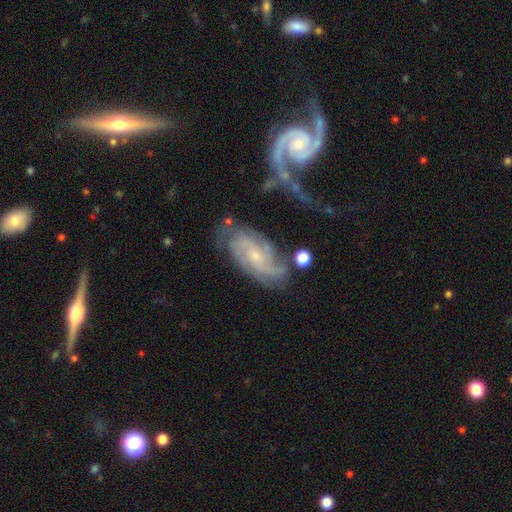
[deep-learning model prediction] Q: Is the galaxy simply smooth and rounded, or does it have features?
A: featured or disk — 84%.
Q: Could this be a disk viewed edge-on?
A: no — 95%.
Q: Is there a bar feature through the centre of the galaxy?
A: no — 62%.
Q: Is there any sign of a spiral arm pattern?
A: yes — 96%.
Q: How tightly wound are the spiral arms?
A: tight — 47%.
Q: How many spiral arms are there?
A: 2 — 41%.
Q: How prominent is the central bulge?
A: small — 74%.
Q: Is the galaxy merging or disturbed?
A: none — 51%.